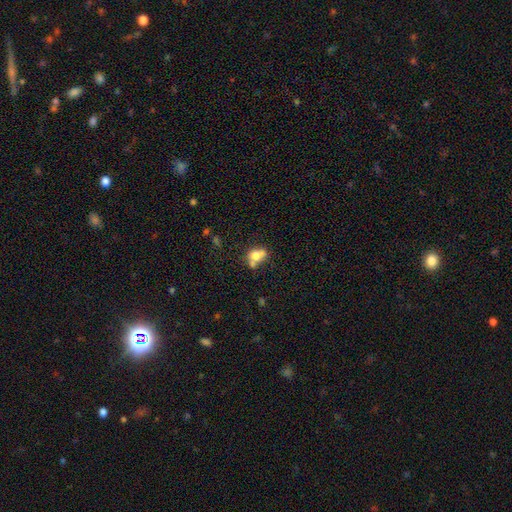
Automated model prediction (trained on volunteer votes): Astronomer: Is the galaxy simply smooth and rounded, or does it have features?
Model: smooth — 69%.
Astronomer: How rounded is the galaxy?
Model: in between — 53% (runner-up: round, 46%).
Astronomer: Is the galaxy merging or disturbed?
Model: merger — 40% (runner-up: none, 35%).